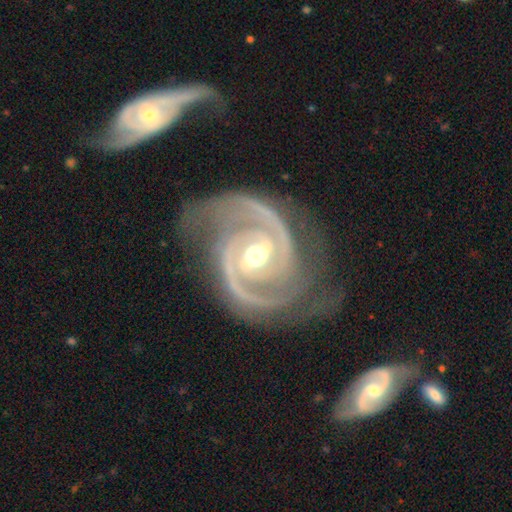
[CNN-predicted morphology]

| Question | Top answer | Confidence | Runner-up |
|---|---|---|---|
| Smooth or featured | featured or disk | 94% | star or artifact (4%) |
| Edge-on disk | no | 98% | yes (2%) |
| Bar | strong | 44% | weak (39%) |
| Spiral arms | yes | 99% | no (1%) |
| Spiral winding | tight | 46% | tied: medium (46%) |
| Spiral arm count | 2 | 89% | 3 (4%) |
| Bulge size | moderate | 75% | small (15%) |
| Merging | none | 70% | minor disturbance (18%) |